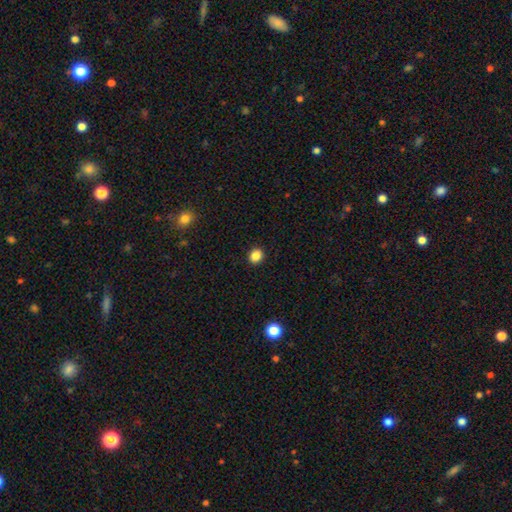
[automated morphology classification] smooth_or_featured: smooth (p=0.86) [alt: star or artifact p=0.11]
how_rounded: round (p=0.72) [alt: in between p=0.27]
merging: none (p=0.92) [alt: minor disturbance p=0.05]